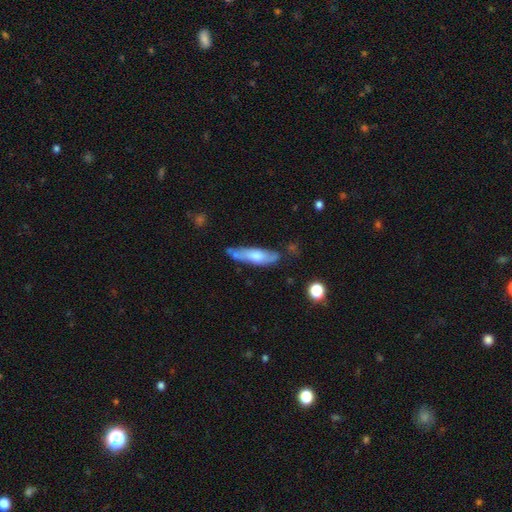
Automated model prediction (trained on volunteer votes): Smooth or featured: smooth — 51% (featured or disk — 42%)
How rounded: cigar-shaped — 70% (in between — 29%)
Merging: none — 63% (minor disturbance — 25%)